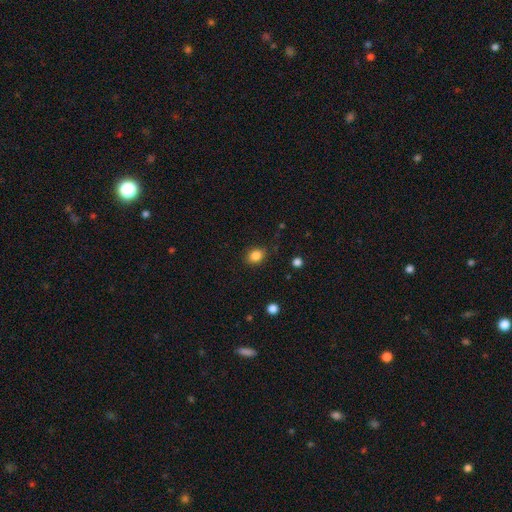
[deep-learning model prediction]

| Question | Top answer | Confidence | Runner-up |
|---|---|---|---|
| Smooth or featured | smooth | 85% | star or artifact (10%) |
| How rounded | round | 54% | in between (45%) |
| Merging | none | 86% | minor disturbance (10%) |